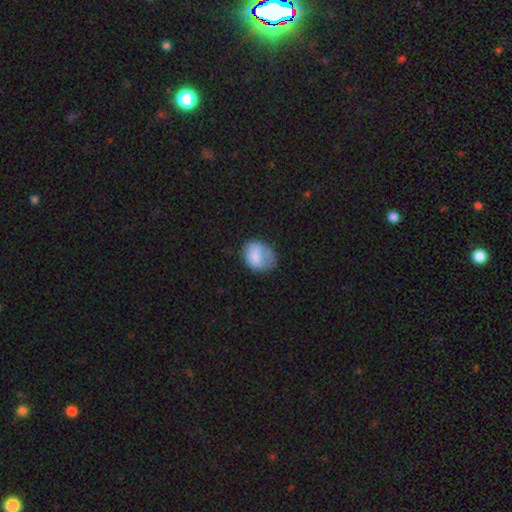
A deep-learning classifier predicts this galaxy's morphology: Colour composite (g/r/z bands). It shows a smooth galaxy with no disk features (77%) that is in between round and cigar-shaped (54%). Merging: none (45%).